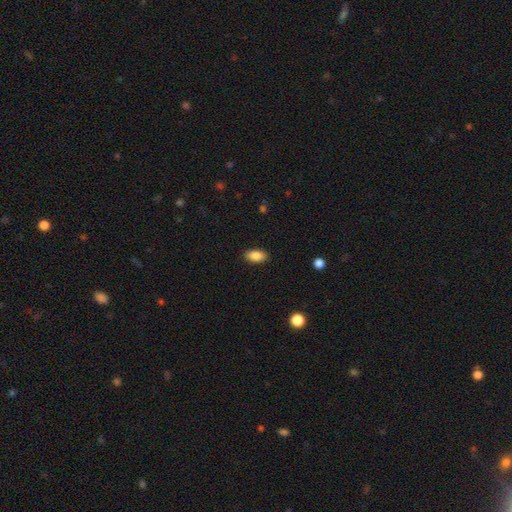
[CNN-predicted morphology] smooth 88%, star or artifact 7%, featured or disk 5%. Down the decision tree: how rounded — in between (92%); merging — none (89%).